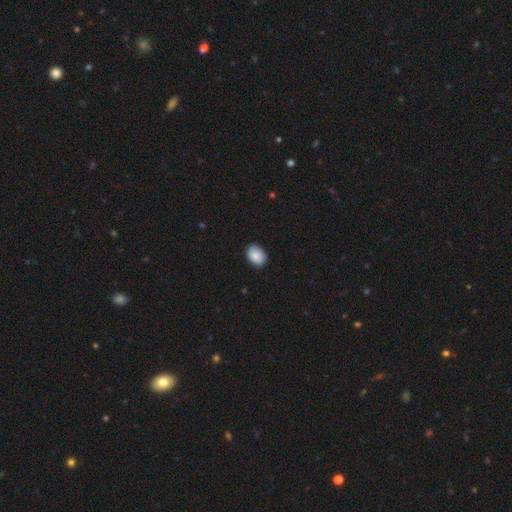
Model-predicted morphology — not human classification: smooth 87%, star or artifact 7%, featured or disk 7%. Down the decision tree: how rounded — in between (71%); merging — none (82%).